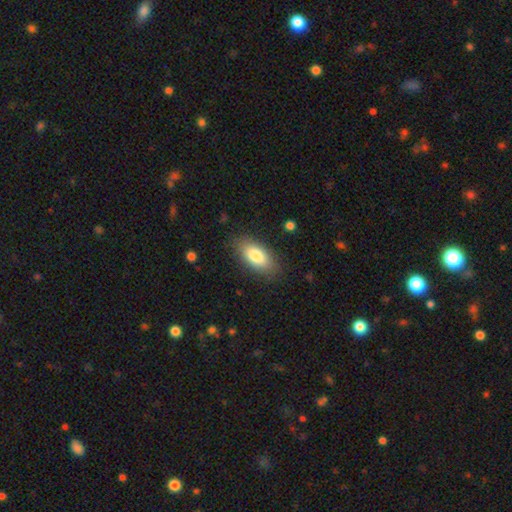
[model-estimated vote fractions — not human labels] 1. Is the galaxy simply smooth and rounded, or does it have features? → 83% smooth, 11% featured or disk, 6% star or artifact.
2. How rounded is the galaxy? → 89% in between, 8% cigar-shaped, 3% round.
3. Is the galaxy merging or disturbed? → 84% none, 12% minor disturbance, 3% major disturbance, 1% merger.